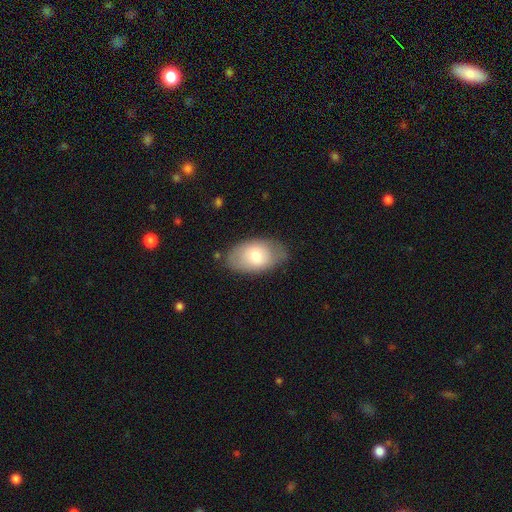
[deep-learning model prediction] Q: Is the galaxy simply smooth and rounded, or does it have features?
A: smooth — 70%.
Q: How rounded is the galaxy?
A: in between — 92%.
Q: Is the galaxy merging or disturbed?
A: none — 75%.